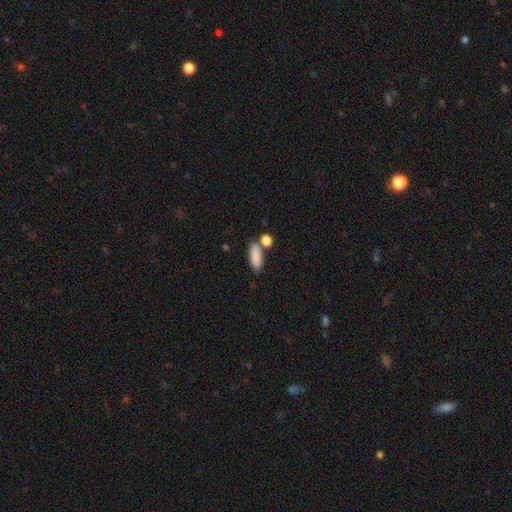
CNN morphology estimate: smooth_or_featured: smooth (p=0.87) [alt: star or artifact p=0.07]
how_rounded: in between (p=0.67) [alt: cigar-shaped p=0.29]
merging: none (p=0.66) [alt: merger p=0.18]